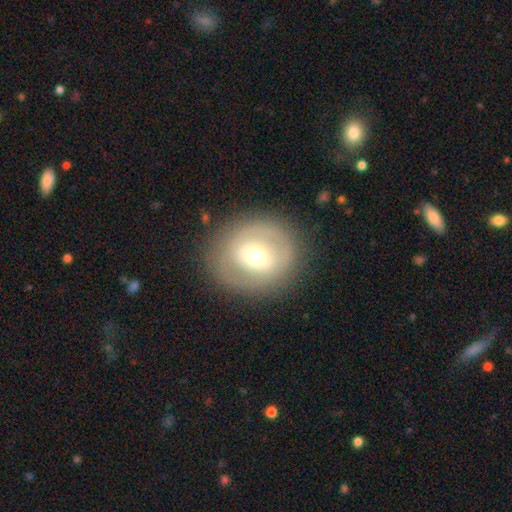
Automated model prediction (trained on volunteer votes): Smooth or featured?
  - featured or disk: 48% *
  - smooth: 44%
  - star or artifact: 8%
Merging?
  - none: 80% *
  - minor disturbance: 12%
  - major disturbance: 6%
  - merger: 1%